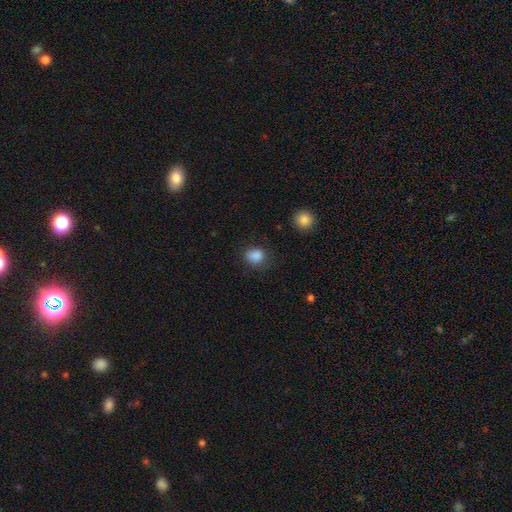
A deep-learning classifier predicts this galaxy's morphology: A smooth galaxy with no disk features (86%) that is round (64%).

Vote fractions:
- Smooth or featured? smooth: 86% / star or artifact: 10% / featured or disk: 4%
- How rounded? round: 64% / in between: 35% / cigar-shaped: 1%
- Merging? none: 75% / minor disturbance: 18% / major disturbance: 5% / merger: 2%